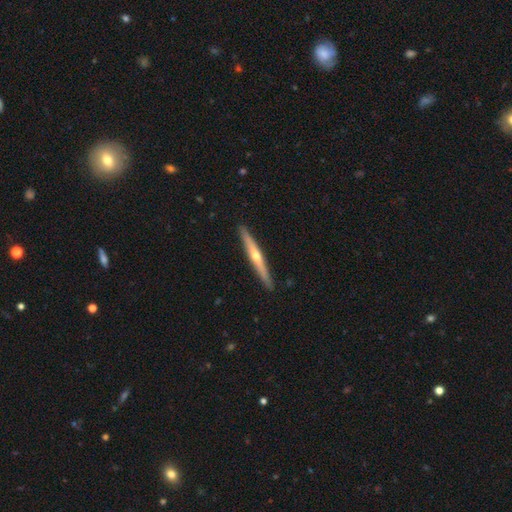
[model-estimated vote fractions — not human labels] smooth_or_featured: featured or disk (p=0.71) [alt: smooth p=0.24]
disk_edge_on: yes (p=0.97) [alt: no p=0.03]
edge_on_bulge: rounded (p=0.87) [alt: none p=0.11]
merging: none (p=0.92) [alt: minor disturbance p=0.06]